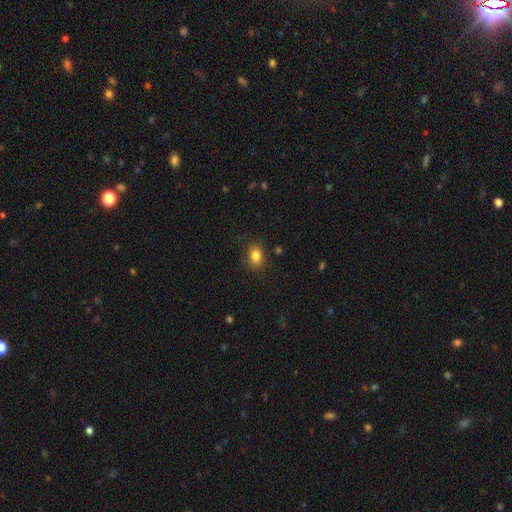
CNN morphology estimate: smooth_or_featured: smooth (p=0.84) [alt: star or artifact p=0.10]
how_rounded: in between (p=0.69) [alt: round p=0.30]
merging: none (p=0.83) [alt: minor disturbance p=0.13]